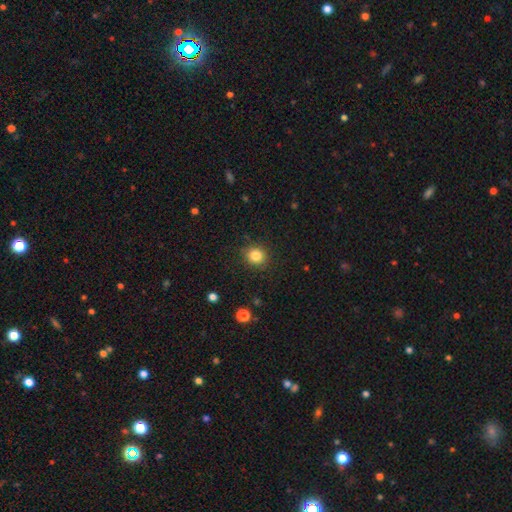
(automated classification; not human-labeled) smooth-or-featured: smooth: 83% | star or artifact: 11% | featured or disk: 5%
  how-rounded: round: 87% | in between: 13% | cigar-shaped: 1%
  merging: none: 88% | minor disturbance: 9% | major disturbance: 3% | merger: 1%